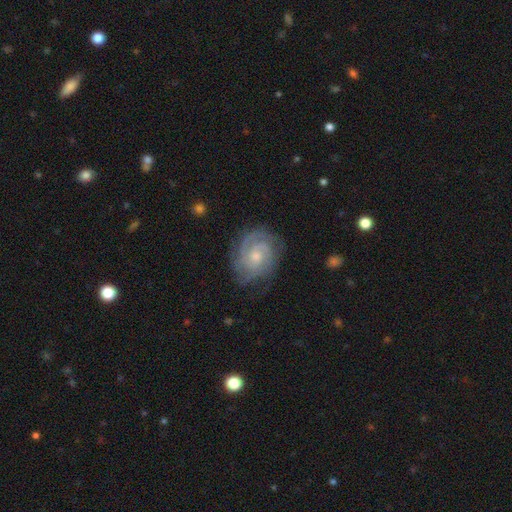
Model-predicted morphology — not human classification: Smooth or featured? featured or disk (85%)
Edge-on disk? no (98%)
Bar? no (69%)
Spiral arms? yes (97%)
Spiral winding? tight (69%)
Spiral arm count? 2 (33%)
Bulge size? small (52%)
Merging? none (76%)